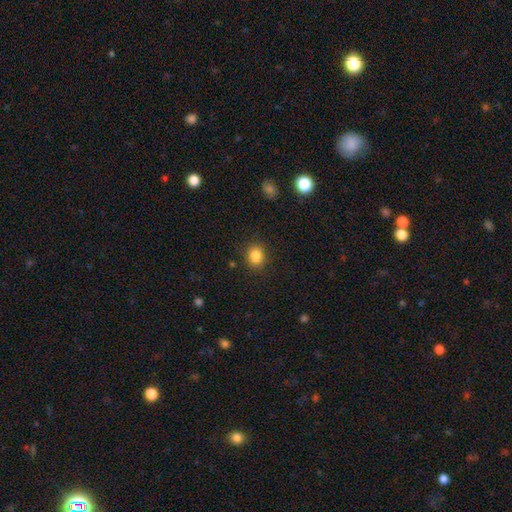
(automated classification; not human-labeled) The model was most divided on "how rounded": round: 63%, in between: 36%, cigar-shaped: 1%. More confident: merging — none (87%); smooth or featured — smooth (85%).